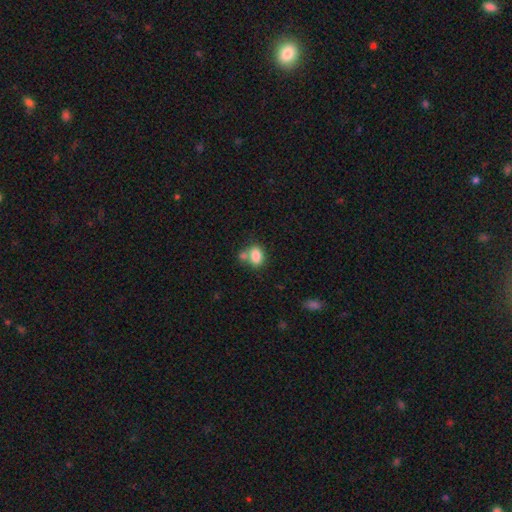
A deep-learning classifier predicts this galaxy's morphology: Smooth or featured: smooth — 83% (star or artifact — 9%)
How rounded: in between — 80% (round — 19%)
Merging: none — 47% (merger — 35%)